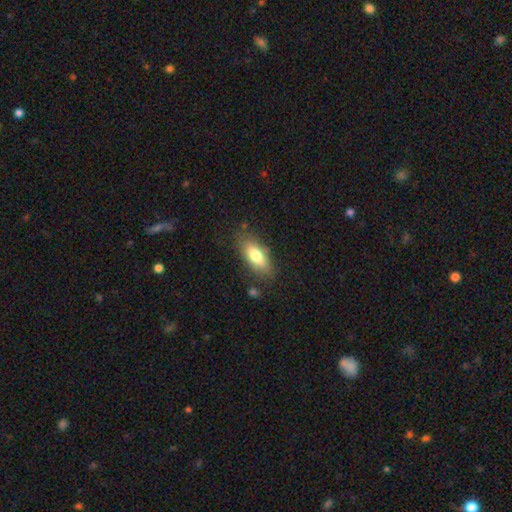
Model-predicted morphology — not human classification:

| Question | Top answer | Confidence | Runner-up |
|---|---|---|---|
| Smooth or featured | smooth | 76% | featured or disk (17%) |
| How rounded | in between | 82% | cigar-shaped (15%) |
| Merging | none | 78% | minor disturbance (15%) |